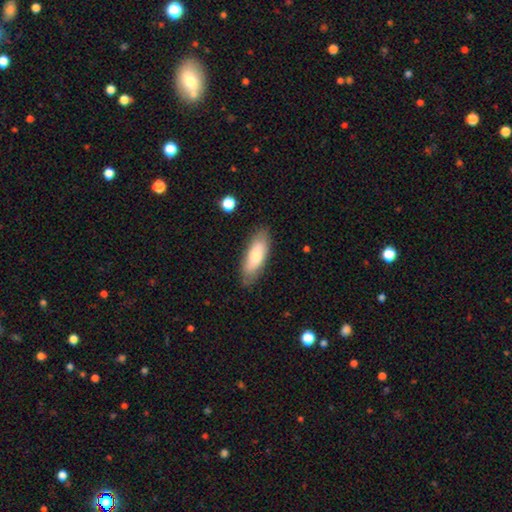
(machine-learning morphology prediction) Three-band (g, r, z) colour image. It shows a smooth galaxy with no disk features (74%) that is in between round and cigar-shaped (69%). Merging: none (80%).